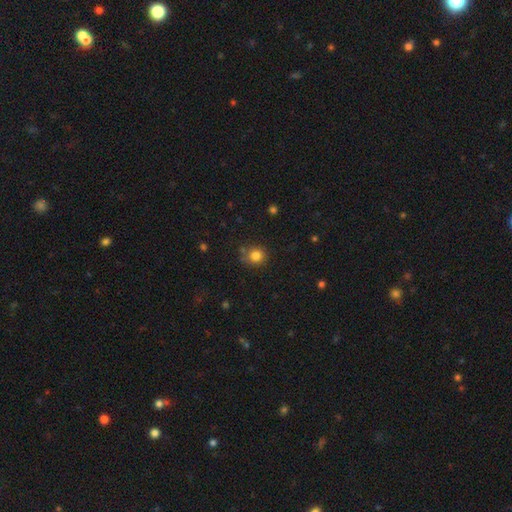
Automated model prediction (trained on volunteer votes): This appears to be a smooth galaxy with no disk features (82%) that is round (86%). Merging: none (75%).